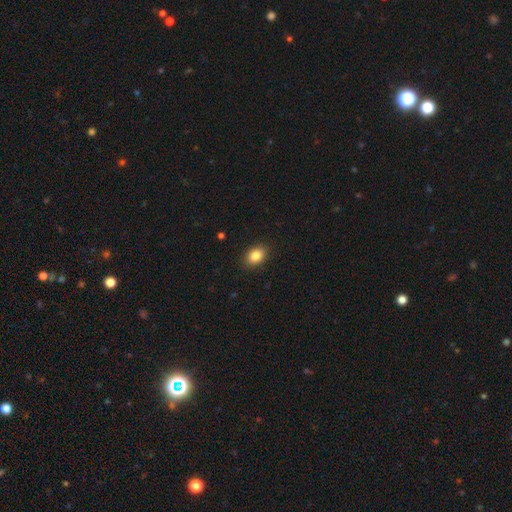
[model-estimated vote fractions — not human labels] Smooth or featured?
  - smooth: 86% *
  - star or artifact: 9%
  - featured or disk: 6%
How rounded?
  - in between: 78% *
  - round: 21%
  - cigar-shaped: 1%
Merging?
  - none: 88% *
  - minor disturbance: 9%
  - major disturbance: 2%
  - merger: 1%